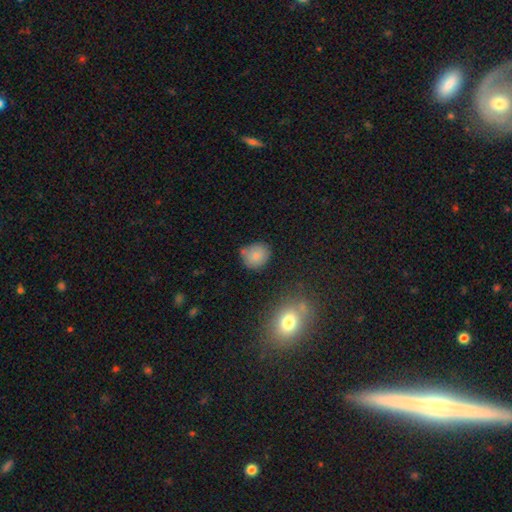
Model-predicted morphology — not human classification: This appears to be a smooth galaxy with no disk features (81%) that is round (77%). Merging: none (66%).